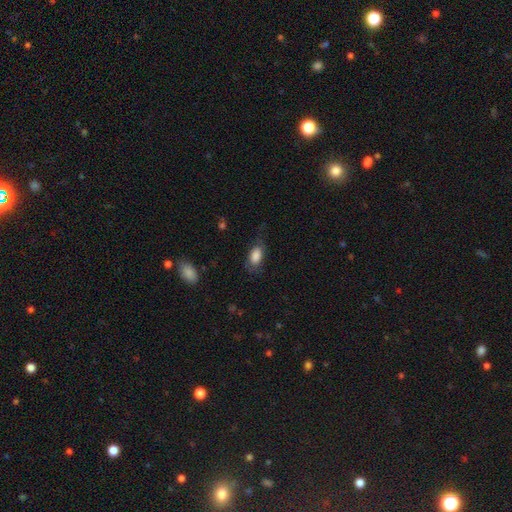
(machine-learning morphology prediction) Smooth or featured?
  - smooth: 81% *
  - featured or disk: 11%
  - star or artifact: 7%
How rounded?
  - in between: 90% *
  - round: 5%
  - cigar-shaped: 4%
Merging?
  - none: 59% *
  - minor disturbance: 25%
  - major disturbance: 14%
  - merger: 2%